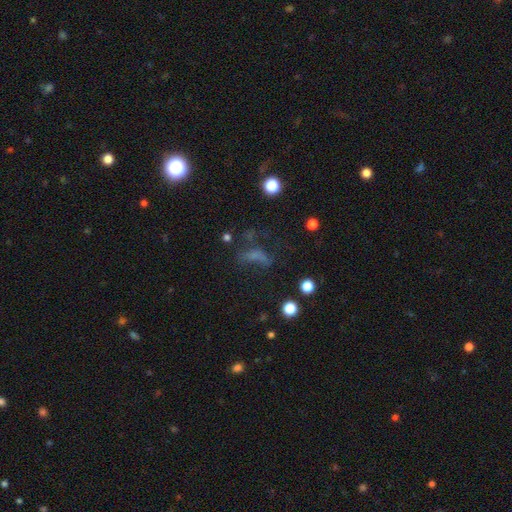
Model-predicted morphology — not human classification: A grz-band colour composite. It shows a smooth galaxy with no disk features (44%). Merging: none (39%).